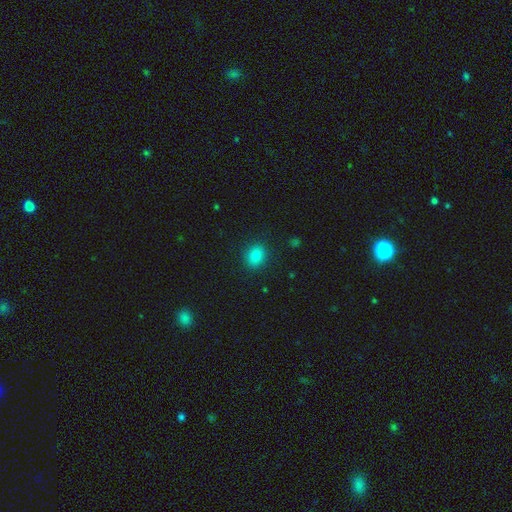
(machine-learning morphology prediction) Overall: smooth (83%). How rounded: round (51%; in between 48%). Merging: none (88%).